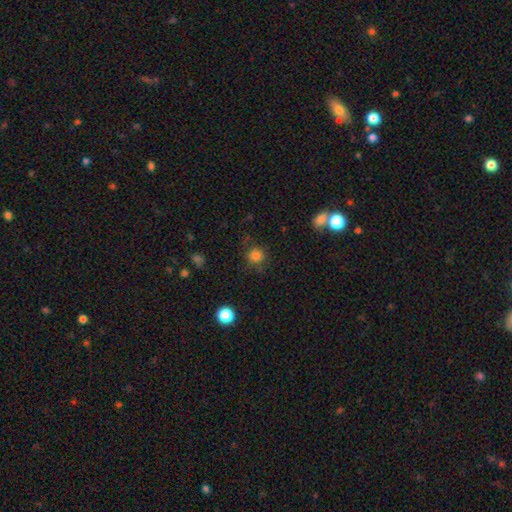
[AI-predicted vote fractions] The model was most divided on "merging": none: 79%, minor disturbance: 13%, major disturbance: 5%, merger: 3%. More confident: how rounded — round (89%); smooth or featured — smooth (81%).